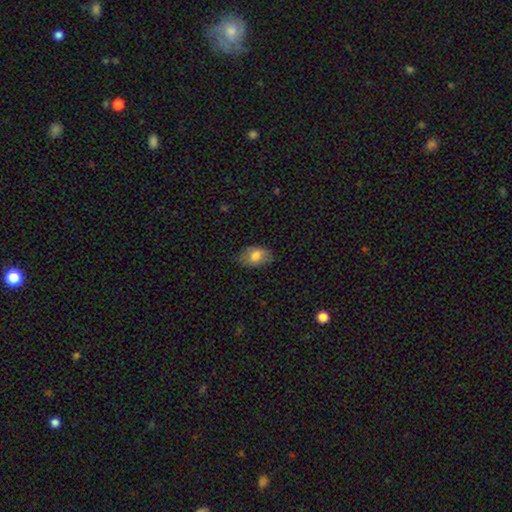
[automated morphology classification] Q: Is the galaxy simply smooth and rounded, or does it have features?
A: smooth — 76%.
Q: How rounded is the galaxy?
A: in between — 88%.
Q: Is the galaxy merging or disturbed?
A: none — 69%.